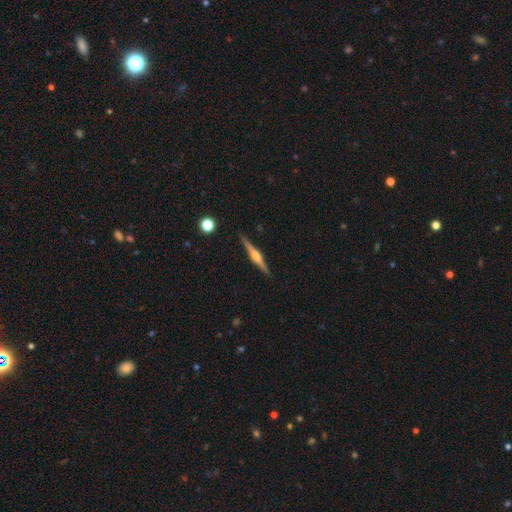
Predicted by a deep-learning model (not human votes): Smooth or featured? Predicted: featured or disk (p=0.80). Edge-on disk? Predicted: yes (p=0.98). Edge-on bulge? Predicted: rounded (p=0.91). Merging? Predicted: none (p=0.90).